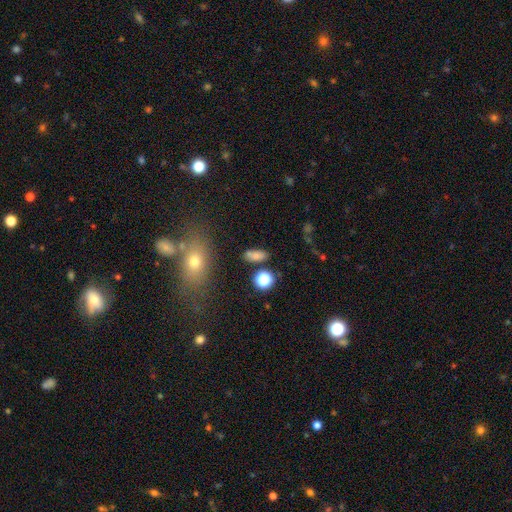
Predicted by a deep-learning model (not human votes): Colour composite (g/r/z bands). It shows a smooth galaxy with no disk features (77%) that is in between round and cigar-shaped (72%). Merging: none (74%).